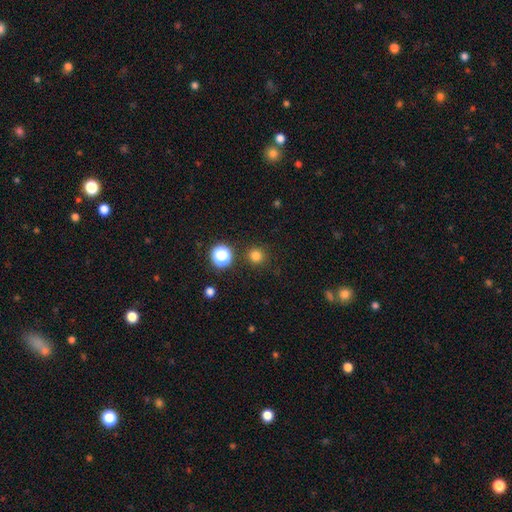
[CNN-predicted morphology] Smooth or featured? smooth (79%)
How rounded? round (95%)
Merging? none (90%)